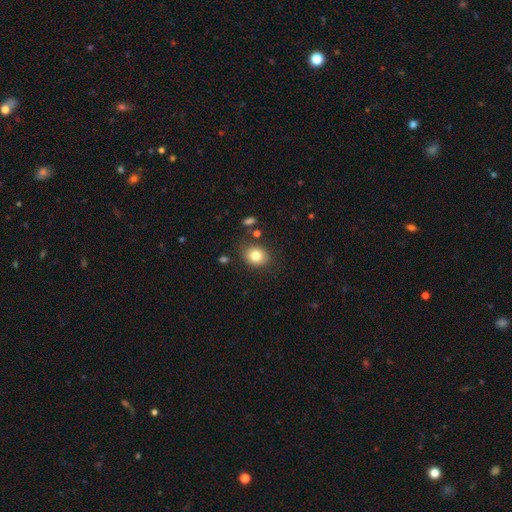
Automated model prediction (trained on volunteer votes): Smooth or featured? Predicted: smooth (p=0.81). How rounded? Predicted: round (p=0.56). Merging? Predicted: none (p=0.80).